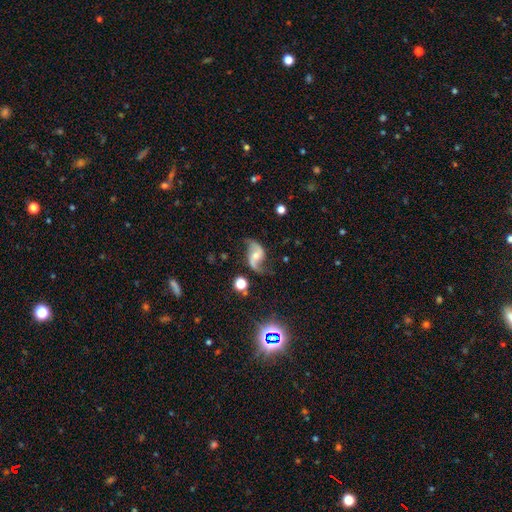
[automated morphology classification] This is clearly a featured or disk galaxy (88%). It is clearly not viewed edge-on (97%). Bar: possibly no (53%). Spiral arm pattern: clearly yes (96%). Spiral arm count: clearly 2 (93%). Spiral winding: likely loose (79%). Central bulge: possibly moderate (50%). Merging: likely none (74%).